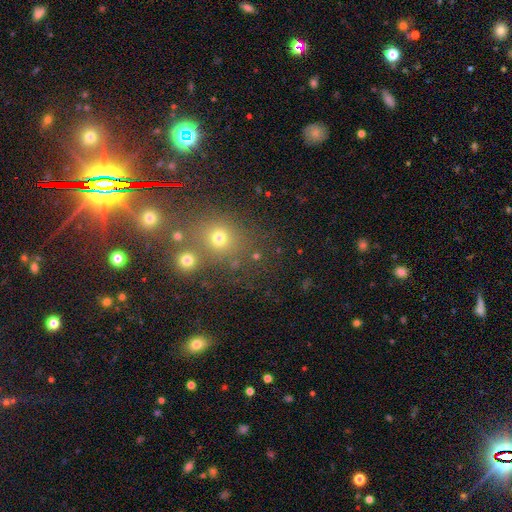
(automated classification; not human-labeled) A smooth galaxy with no disk features (56%) that is round (79%).

Vote fractions:
- Smooth or featured? smooth: 56% / star or artifact: 34% / featured or disk: 10%
- How rounded? round: 79% / in between: 20% / cigar-shaped: 2%
- Merging? none: 68% / merger: 16% / minor disturbance: 10% / major disturbance: 6%